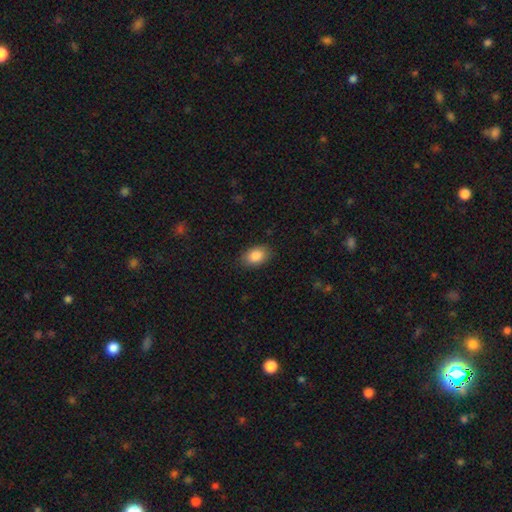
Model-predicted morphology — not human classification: smooth-or-featured: smooth: 87% | star or artifact: 7% | featured or disk: 6%
  how-rounded: in between: 85% | round: 14% | cigar-shaped: 1%
  merging: none: 85% | minor disturbance: 11% | major disturbance: 3% | merger: 1%